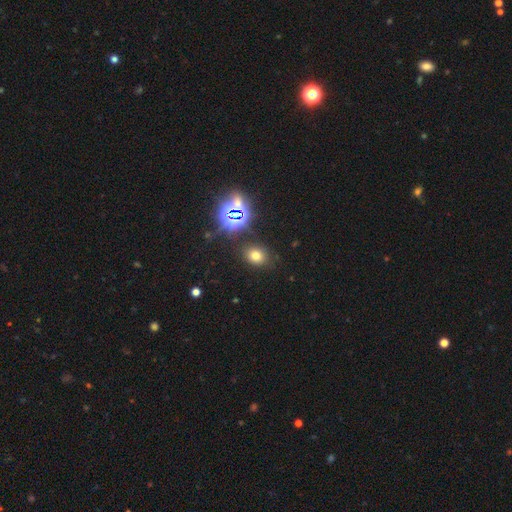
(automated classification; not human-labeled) Morphology: type=smooth (65%); roundness=round (52%); merging=none (85%).